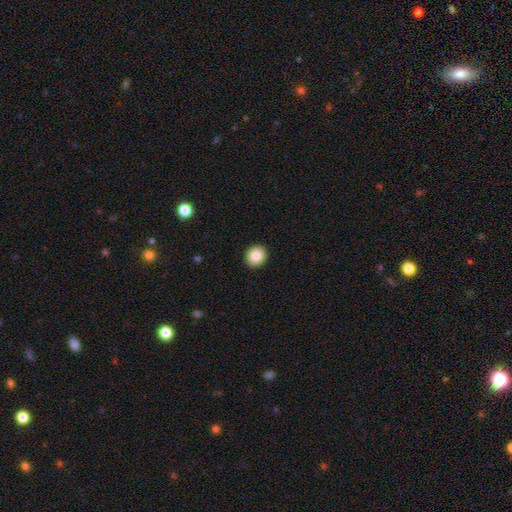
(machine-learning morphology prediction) Q: Smooth or featured?
A: smooth (84%); runner-up: star or artifact (9%)
Q: How rounded?
A: round (83%); runner-up: in between (17%)
Q: Merging?
A: none (93%); runner-up: minor disturbance (5%)